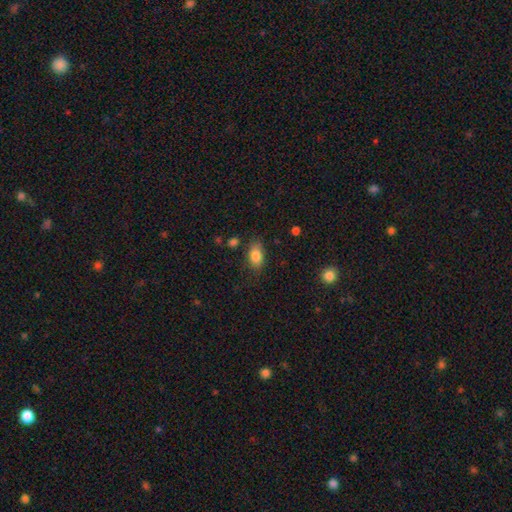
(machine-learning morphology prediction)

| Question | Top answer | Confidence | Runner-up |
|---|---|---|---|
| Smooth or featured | smooth | 83% | featured or disk (9%) |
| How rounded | in between | 88% | round (9%) |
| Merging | none | 76% | minor disturbance (17%) |